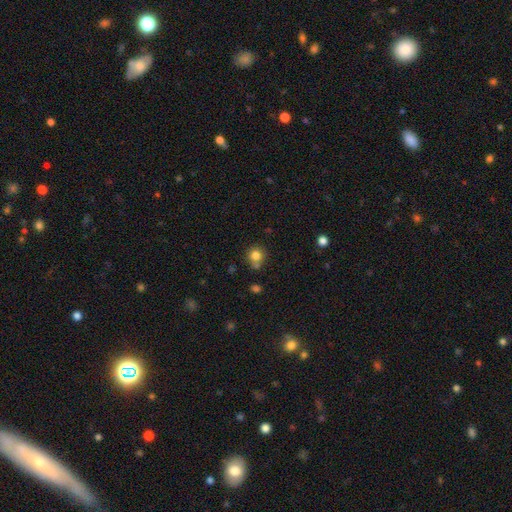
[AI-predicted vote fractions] A smooth galaxy with no disk features (81%) that is round (89%). Merging: none (66%).